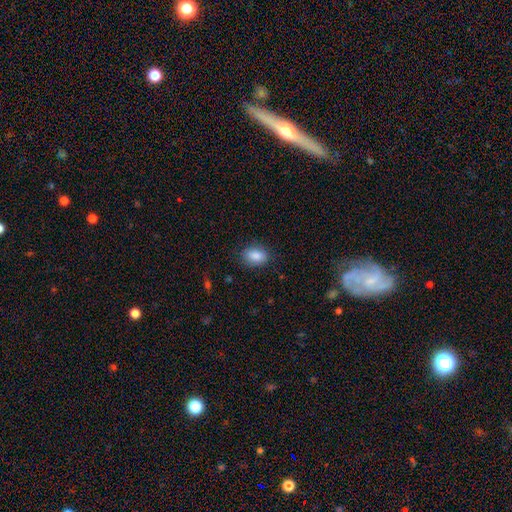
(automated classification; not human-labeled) A smooth galaxy with no disk features (87%) that is in between round and cigar-shaped (84%). Merging: none (83%).